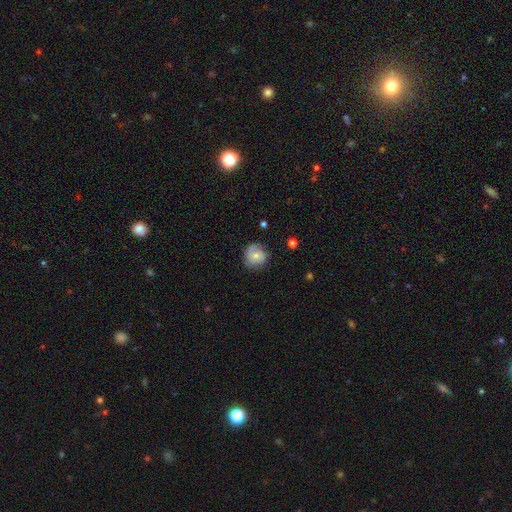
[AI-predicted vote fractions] Smooth or featured?
  - smooth: 61% *
  - featured or disk: 31%
  - star or artifact: 8%
How rounded?
  - round: 86% *
  - in between: 13%
  - cigar-shaped: 1%
Merging?
  - none: 68% *
  - minor disturbance: 24%
  - major disturbance: 6%
  - merger: 1%